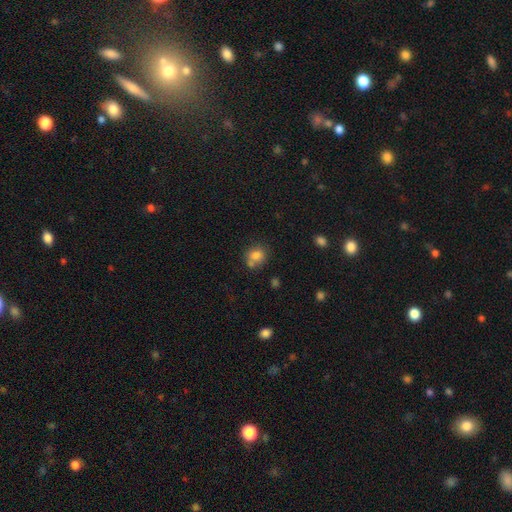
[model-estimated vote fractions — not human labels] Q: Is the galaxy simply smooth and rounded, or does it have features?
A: smooth — 79%.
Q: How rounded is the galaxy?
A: round — 75%.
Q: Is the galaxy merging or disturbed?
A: none — 55%.